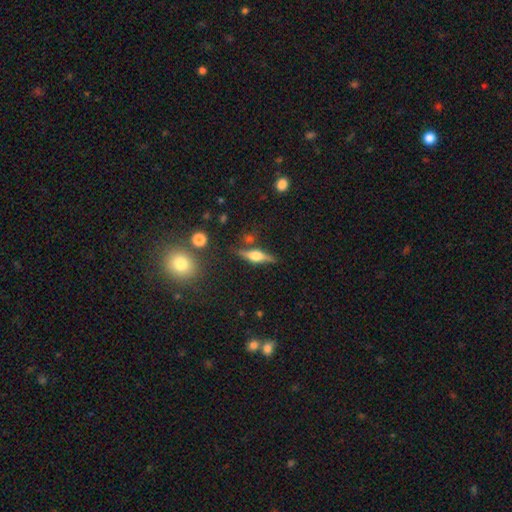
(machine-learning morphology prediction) Overall: featured or disk (65%; smooth 27%). Edge-on disk: yes (94%). Edge-on bulge: rounded (90%). Merging: none (80%).